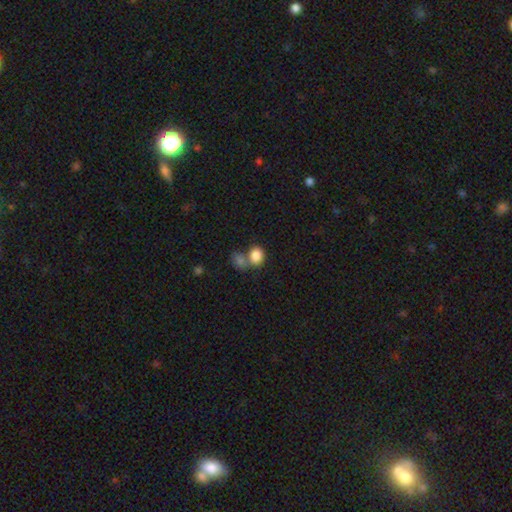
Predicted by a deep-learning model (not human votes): A smooth galaxy with no disk features (84%) that is round (55%). Merging: merger (43%).